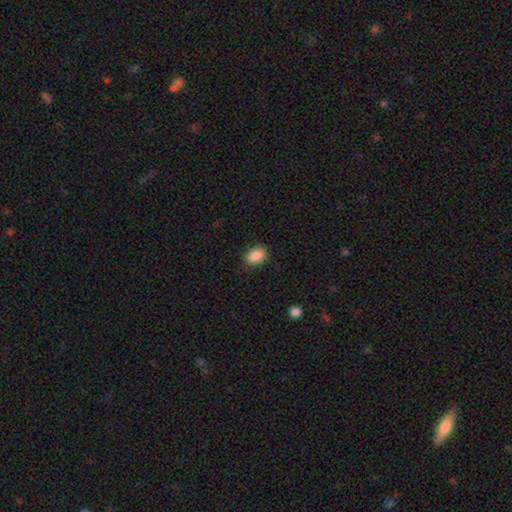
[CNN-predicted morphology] The model was most divided on "how rounded": in between: 78%, round: 20%, cigar-shaped: 1%. More confident: smooth or featured — smooth (89%); merging — none (86%).